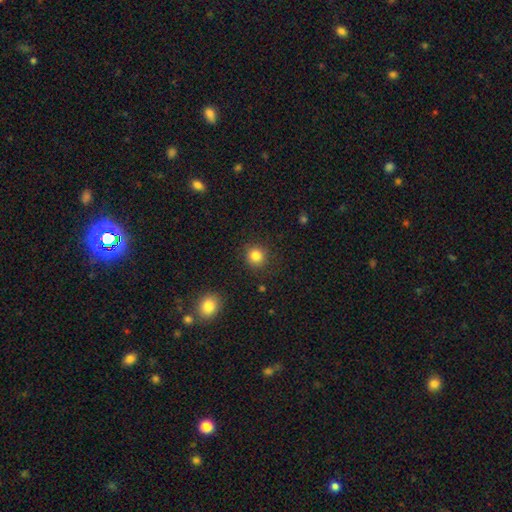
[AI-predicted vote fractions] A smooth galaxy with no disk features (84%) that is round (91%). Merging: none (89%).